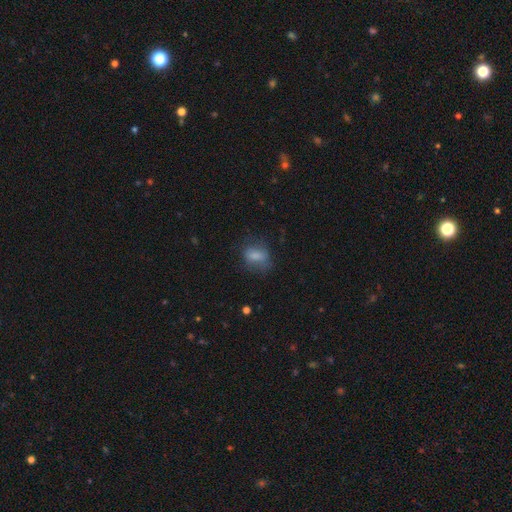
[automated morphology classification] This is likely a smooth galaxy (74%). How rounded: likely in between (74%). Merging: likely none (61%).